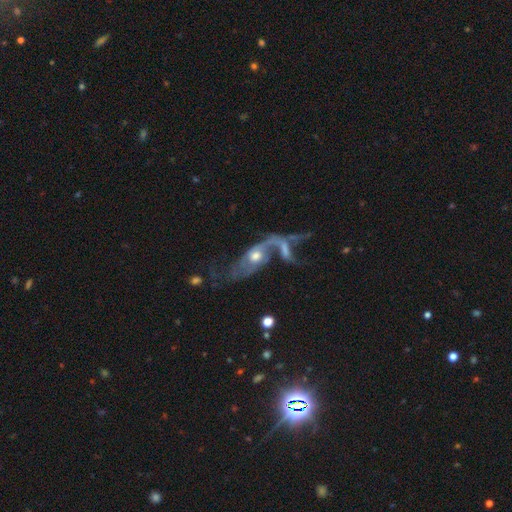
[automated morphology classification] Smooth or featured? featured or disk (73%)
Edge-on disk? no (87%)
Bar? no (74%)
Spiral arms? yes (70%)
Bulge size? moderate (67%)
Merging? merger (44%)